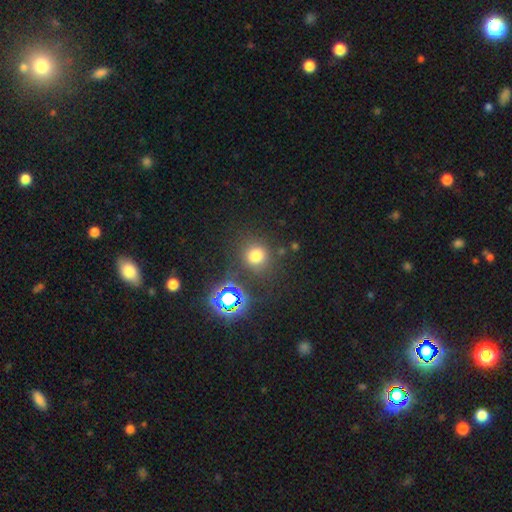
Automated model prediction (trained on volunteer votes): smooth 67%, star or artifact 26%, featured or disk 7%. Down the decision tree: how rounded — round (86%); merging — none (80%).